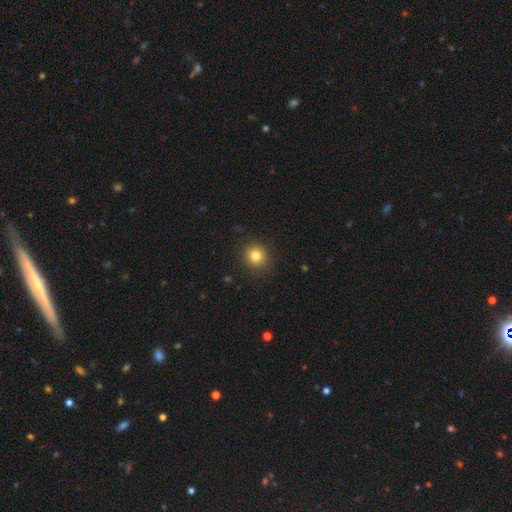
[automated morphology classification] The model was most divided on "smooth or featured": smooth: 81%, star or artifact: 12%, featured or disk: 6%. More confident: merging — none (90%); how rounded — round (90%).